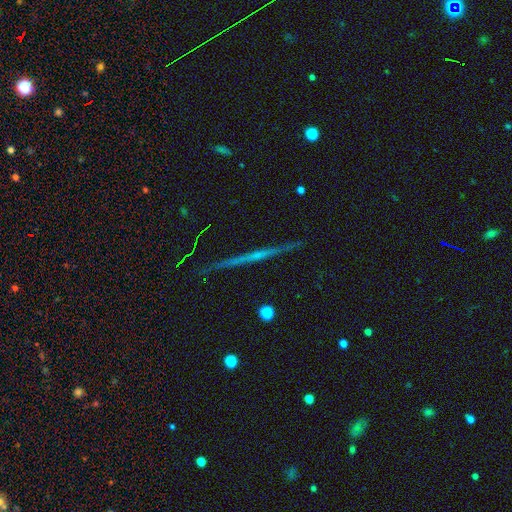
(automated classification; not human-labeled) Smooth or featured?
  - featured or disk: 71% *
  - smooth: 18%
  - star or artifact: 11%
Edge-on disk?
  - yes: 98% *
  - no: 2%
Edge-on bulge?
  - none: 67% *
  - rounded: 26%
  - boxy: 7%
Merging?
  - none: 91% *
  - minor disturbance: 6%
  - major disturbance: 1%
  - merger: 1%